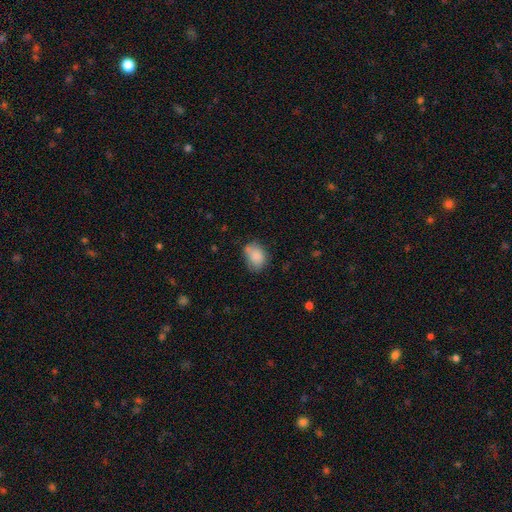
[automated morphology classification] Q: Smooth or featured?
A: smooth (82%); runner-up: featured or disk (10%)
Q: How rounded?
A: in between (64%); runner-up: round (35%)
Q: Merging?
A: none (56%); runner-up: minor disturbance (30%)